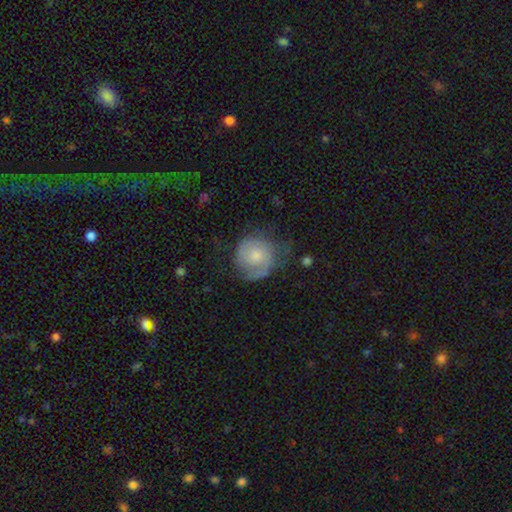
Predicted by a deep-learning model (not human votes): This appears to be a smooth galaxy with no disk features (50%) that is round (85%). Merging: none (53%).